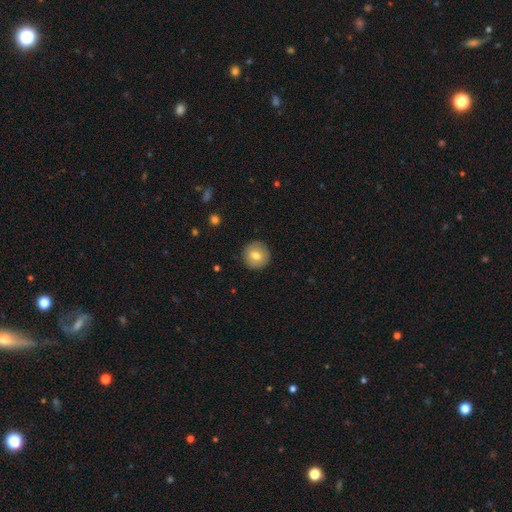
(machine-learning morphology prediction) Smooth or featured: smooth — 76% (featured or disk — 16%)
How rounded: round — 95% (in between — 4%)
Merging: none — 90% (minor disturbance — 7%)